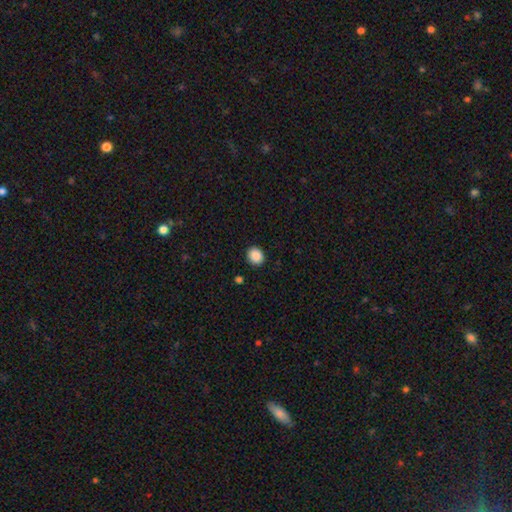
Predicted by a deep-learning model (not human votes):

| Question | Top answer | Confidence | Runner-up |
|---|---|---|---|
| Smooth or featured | smooth | 89% | star or artifact (9%) |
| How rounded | round | 77% | in between (23%) |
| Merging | none | 91% | minor disturbance (6%) |